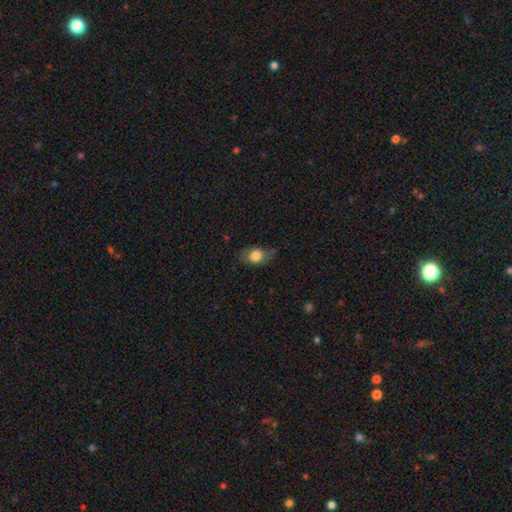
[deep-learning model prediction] The model was most divided on "merging": none: 63%, minor disturbance: 26%, major disturbance: 9%, merger: 2%. More confident: smooth or featured — smooth (77%); how rounded — in between (70%).